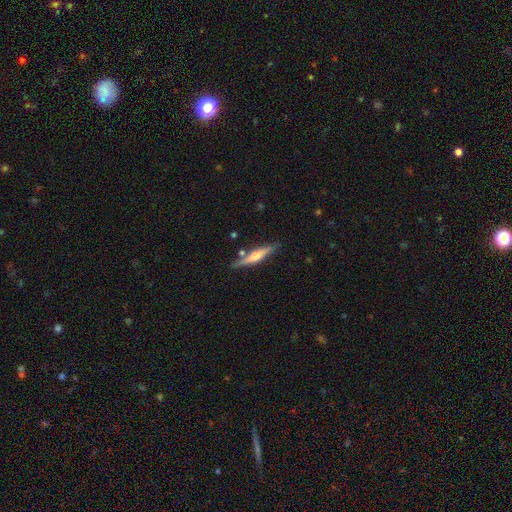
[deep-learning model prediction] Smooth or featured? Predicted: featured or disk (p=0.66). Edge-on disk? Predicted: yes (p=0.96). Edge-on bulge? Predicted: rounded (p=0.86). Merging? Predicted: none (p=0.82).